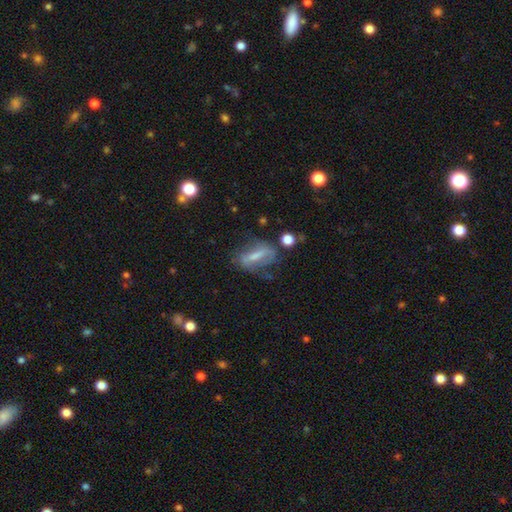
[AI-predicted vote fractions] Morphology: type=featured or disk (48%); merging=none (51%).